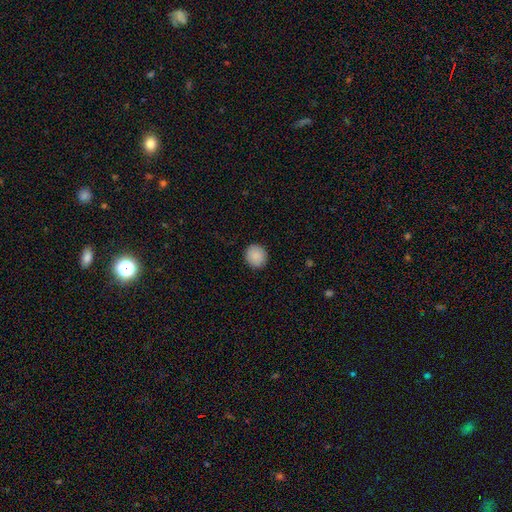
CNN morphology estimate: Smooth or featured: smooth — 89% (star or artifact — 7%)
How rounded: round — 88% (in between — 11%)
Merging: none — 91% (minor disturbance — 6%)